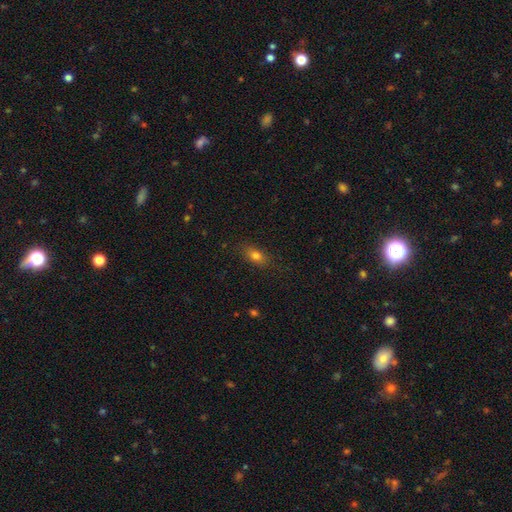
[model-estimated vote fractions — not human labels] Smooth or featured: smooth — 78% (featured or disk — 11%)
How rounded: in between — 79% (round — 12%)
Merging: none — 83% (minor disturbance — 13%)